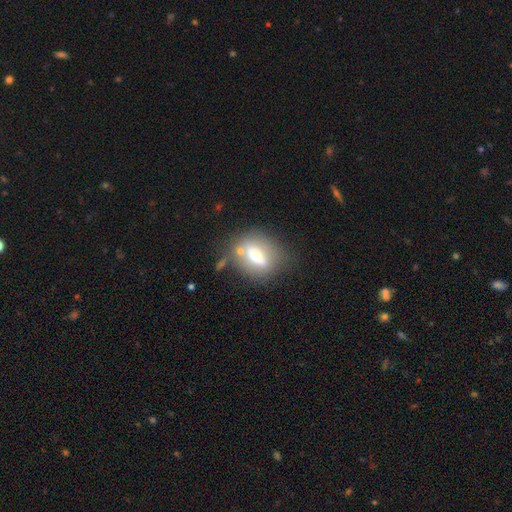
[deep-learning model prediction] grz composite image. It shows a smooth galaxy with no disk features (51%) that is in between round and cigar-shaped (58%). Merging: none (59%).